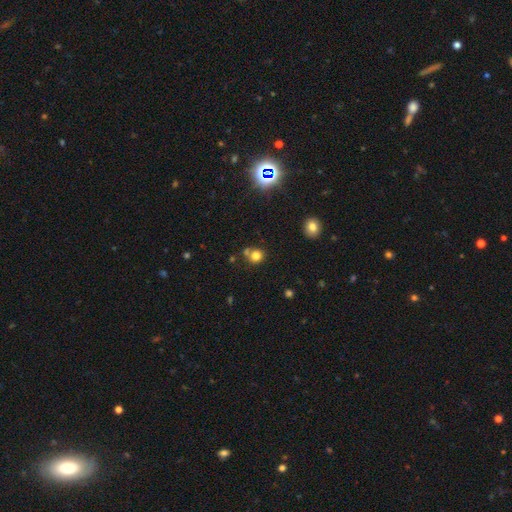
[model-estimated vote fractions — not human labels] Smooth or featured: smooth — 77% (star or artifact — 15%)
How rounded: round — 84% (in between — 15%)
Merging: none — 61% (merger — 23%)